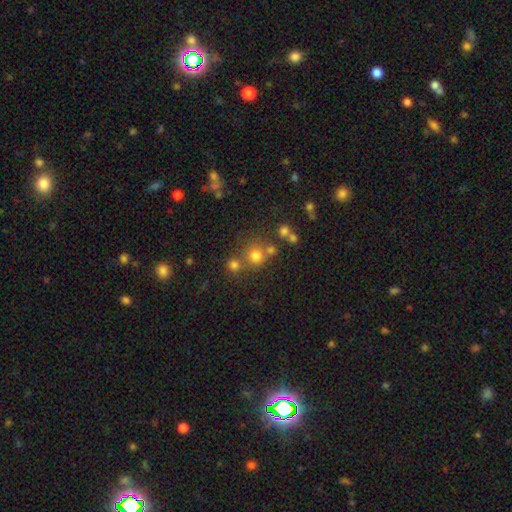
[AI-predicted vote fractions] This appears to be a smooth galaxy with no disk features (72%) that is round (90%). Merging: none (62%).